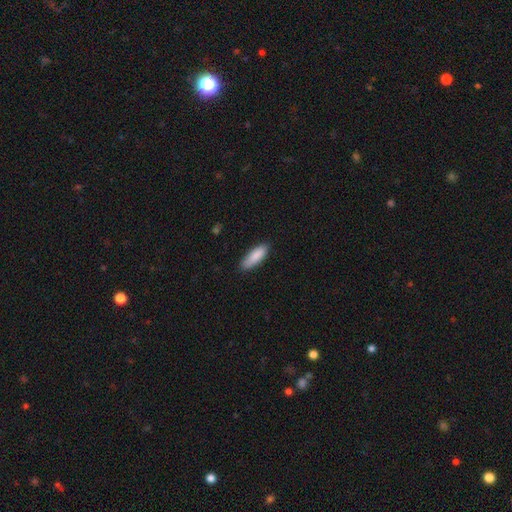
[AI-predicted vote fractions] A smooth galaxy with no disk features (88%) that is in between round and cigar-shaped (58%). Merging: none (84%).